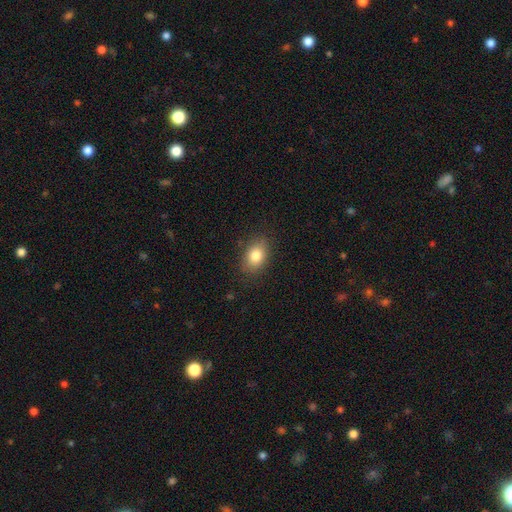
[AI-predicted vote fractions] Smooth or featured?
  - smooth: 82% *
  - featured or disk: 9%
  - star or artifact: 9%
How rounded?
  - in between: 79% *
  - round: 20%
  - cigar-shaped: 1%
Merging?
  - none: 84% *
  - minor disturbance: 11%
  - major disturbance: 3%
  - merger: 1%